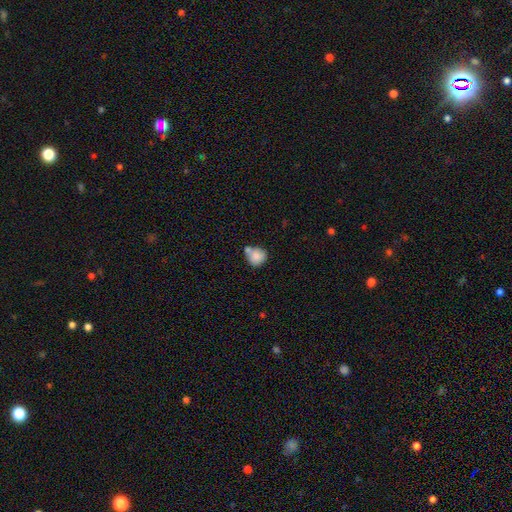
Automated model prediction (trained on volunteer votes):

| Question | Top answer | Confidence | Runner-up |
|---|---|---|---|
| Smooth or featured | smooth | 84% | star or artifact (8%) |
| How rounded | round | 84% | in between (15%) |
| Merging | none | 52% | merger (27%) |